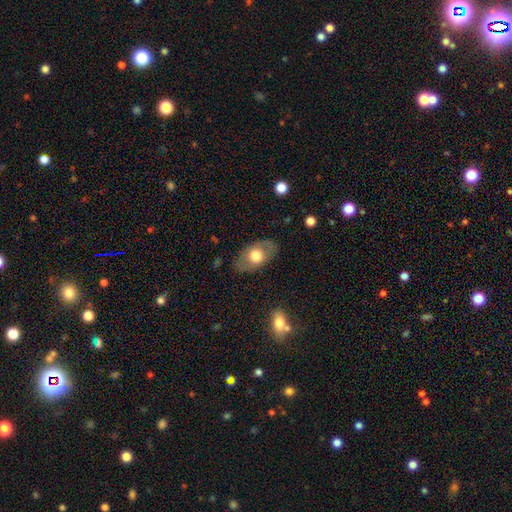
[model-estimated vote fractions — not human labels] This appears to be a smooth galaxy with no disk features (61%) that is in between round and cigar-shaped (84%). Merging: none (79%).